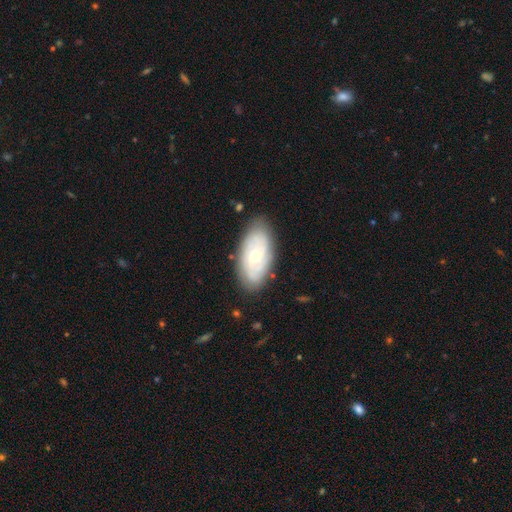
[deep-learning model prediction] This appears to be a featured or disk galaxy (66%) with no bar (52%), 2 (43%) tight (51%) spiral arms (85%) and a small central bulge (48%, tied with moderate). Merging: none (81%).